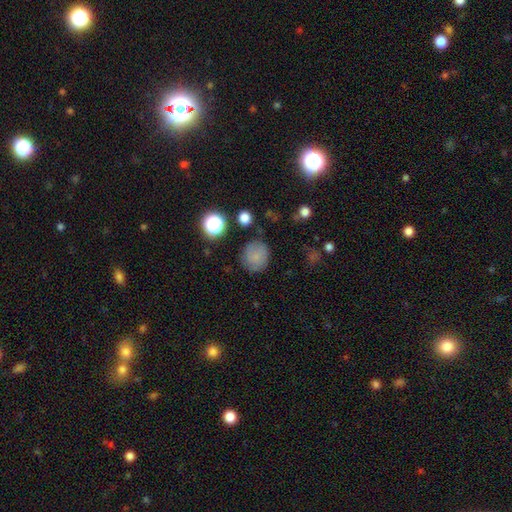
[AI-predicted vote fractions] Smooth or featured: smooth — 77% (star or artifact — 12%)
How rounded: round — 88% (in between — 11%)
Merging: none — 78% (minor disturbance — 15%)